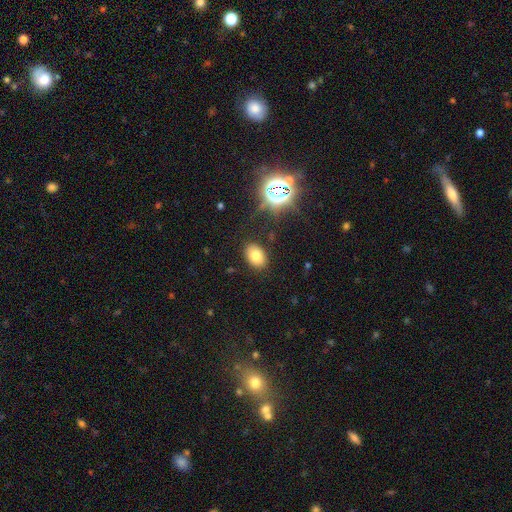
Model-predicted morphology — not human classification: Smooth or featured?
  - smooth: 76% *
  - star or artifact: 14%
  - featured or disk: 10%
How rounded?
  - in between: 83% *
  - round: 16%
  - cigar-shaped: 1%
Merging?
  - none: 86% *
  - minor disturbance: 9%
  - major disturbance: 3%
  - merger: 2%